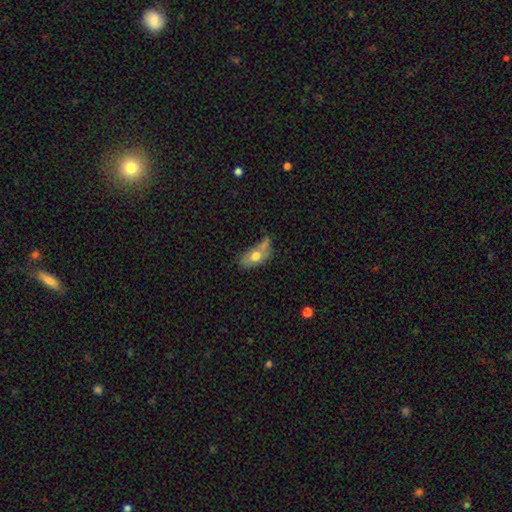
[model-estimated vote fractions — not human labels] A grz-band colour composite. It shows a smooth galaxy with no disk features (68%) that is in between round and cigar-shaped (87%). Merging: none (38%).